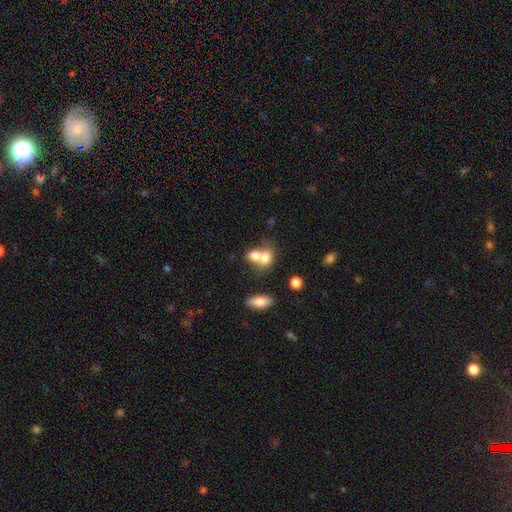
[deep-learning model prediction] Morphology: type=smooth (74%); roundness=in between (57%); merging=merger (66%).